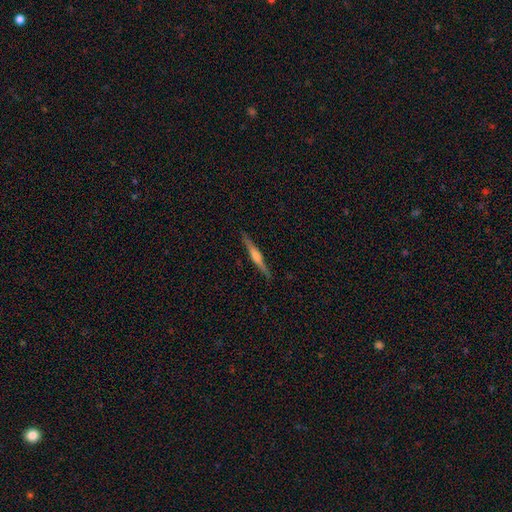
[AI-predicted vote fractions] Overall: featured or disk (76%). Edge-on disk: yes (98%). Edge-on bulge: rounded (78%). Merging: none (91%).